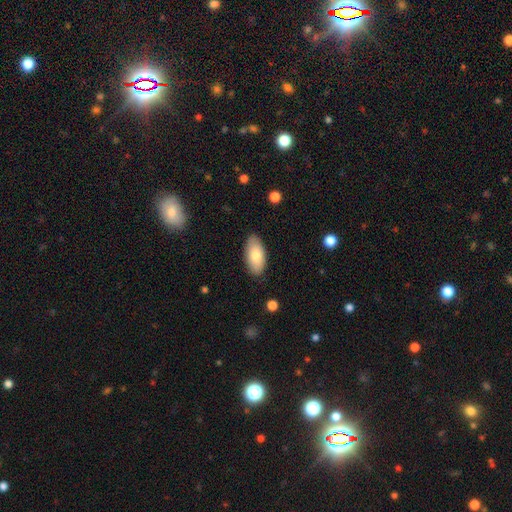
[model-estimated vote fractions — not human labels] This appears to be a smooth galaxy with no disk features (79%) that is in between round and cigar-shaped (93%). Merging: none (85%).